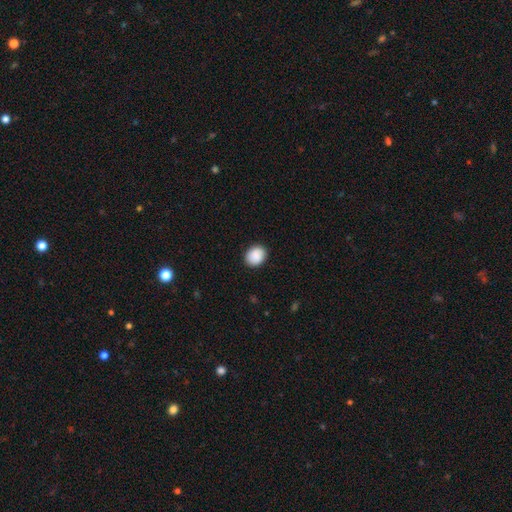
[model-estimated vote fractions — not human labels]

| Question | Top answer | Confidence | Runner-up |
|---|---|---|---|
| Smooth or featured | smooth | 90% | star or artifact (7%) |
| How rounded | round | 58% | in between (41%) |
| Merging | none | 90% | minor disturbance (7%) |